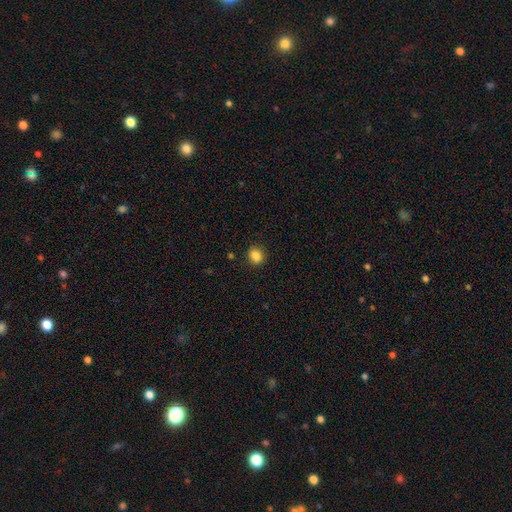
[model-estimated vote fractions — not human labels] Smooth or featured?
  - smooth: 86% *
  - star or artifact: 10%
  - featured or disk: 4%
How rounded?
  - round: 70% *
  - in between: 29%
  - cigar-shaped: 1%
Merging?
  - none: 89% *
  - minor disturbance: 8%
  - major disturbance: 2%
  - merger: 1%